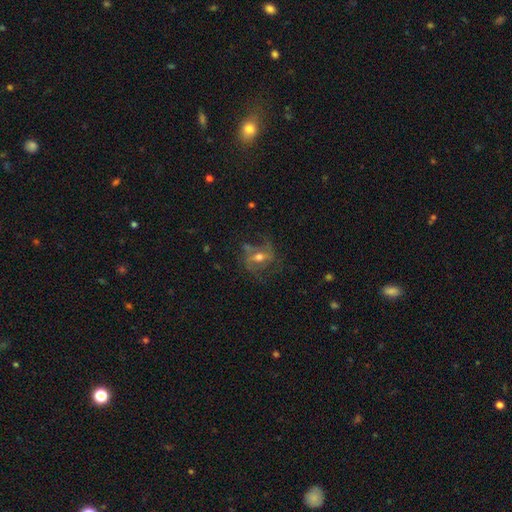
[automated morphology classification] smooth_or_featured: featured or disk (p=0.62) [alt: star or artifact p=0.21]
disk_edge_on: no (p=0.95) [alt: yes p=0.05]
bar: no (p=0.47) [alt: weak p=0.38]
has_spiral_arms: yes (p=0.82) [alt: no p=0.18]
bulge_size: moderate (p=0.63) [alt: small p=0.27]
merging: none (p=0.67) [alt: minor disturbance p=0.16]